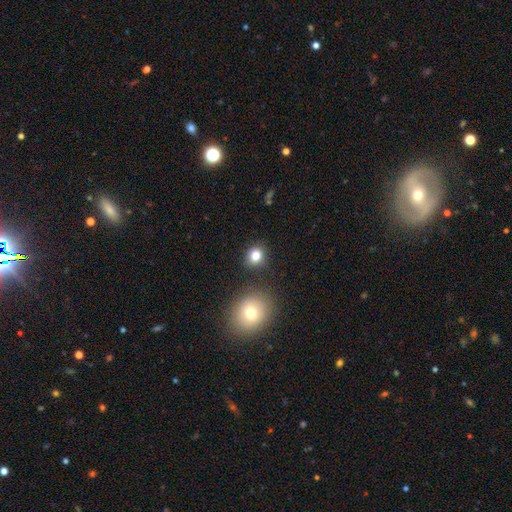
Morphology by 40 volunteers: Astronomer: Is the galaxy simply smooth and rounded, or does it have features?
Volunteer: smooth — 88%.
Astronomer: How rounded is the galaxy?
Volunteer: round — 83%.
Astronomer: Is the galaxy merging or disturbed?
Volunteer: none — 89%.